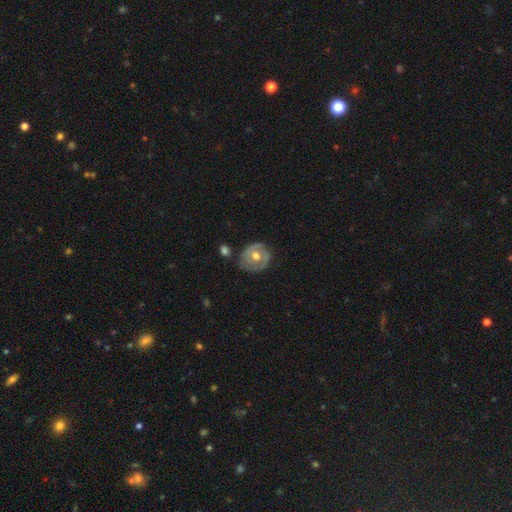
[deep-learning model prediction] Smooth or featured: featured or disk — 61% (smooth — 34%)
Edge-on disk: no — 96% (yes — 4%)
Bar: no — 75% (weak — 20%)
Spiral arms: yes — 52% (no — 48%)
Bulge size: moderate — 77% (large — 14%)
Merging: none — 68% (minor disturbance — 22%)